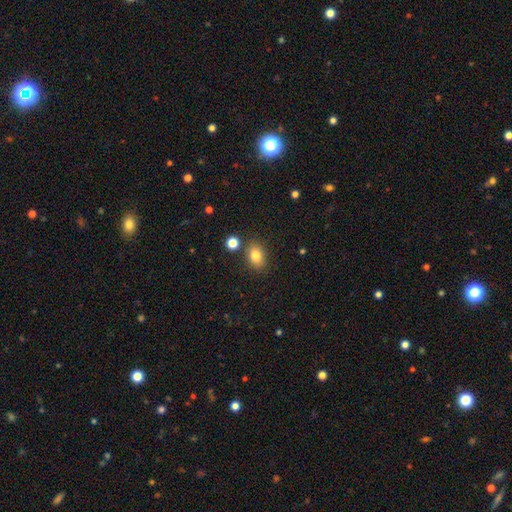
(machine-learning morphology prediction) A smooth galaxy with no disk features (81%) that is in between round and cigar-shaped (73%). Merging: none (81%).